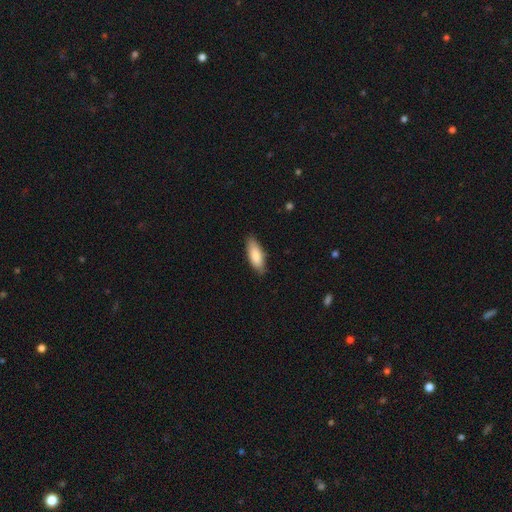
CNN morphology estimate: Smooth or featured? Predicted: smooth (p=0.86). How rounded? Predicted: in between (p=0.71). Merging? Predicted: none (p=0.84).